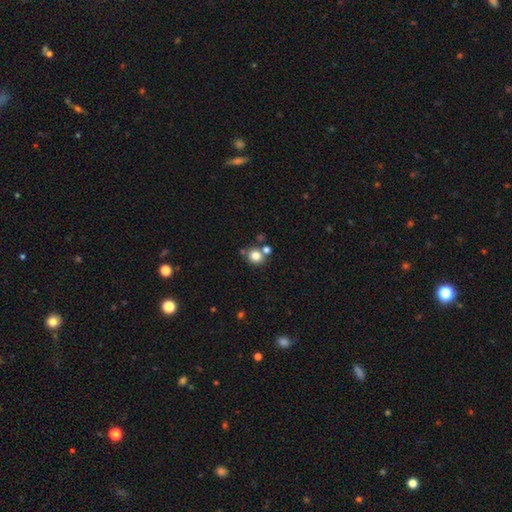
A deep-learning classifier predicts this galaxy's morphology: Smooth or featured? Predicted: smooth (p=0.79). How rounded? Predicted: round (p=0.83). Merging? Predicted: none (p=0.67).